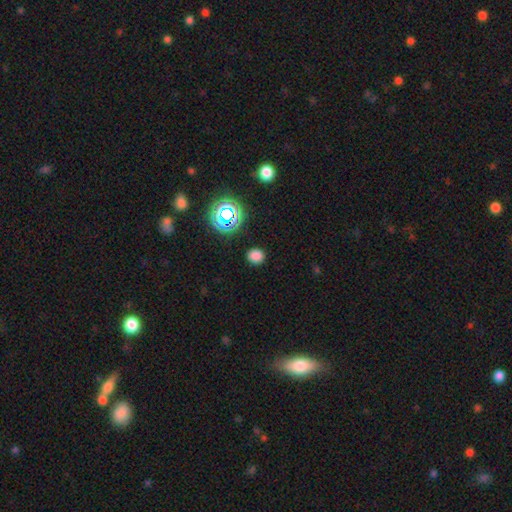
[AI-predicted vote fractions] smooth 75%, star or artifact 20%, featured or disk 5%. Down the decision tree: how rounded — round (80%); merging — none (88%).